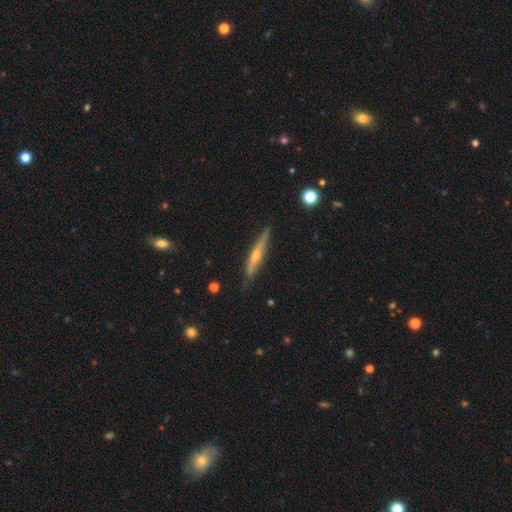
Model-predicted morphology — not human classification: A featured or disk galaxy (67%) viewed edge-on (95%) with a rounded central bulge (81%). Merging: none (81%).